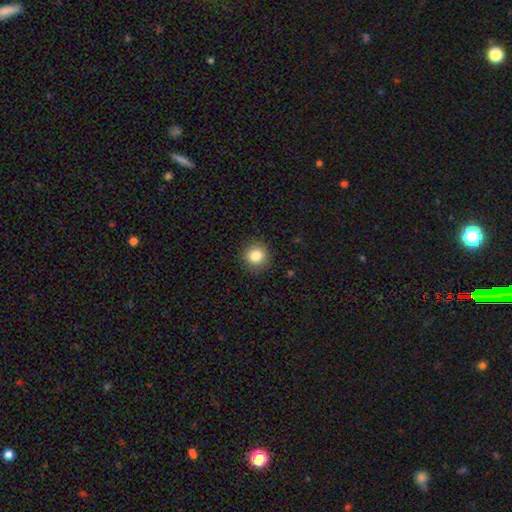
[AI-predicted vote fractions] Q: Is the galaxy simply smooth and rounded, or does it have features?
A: smooth — 84%.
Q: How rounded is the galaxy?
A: round — 91%.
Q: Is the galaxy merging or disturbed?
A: none — 90%.